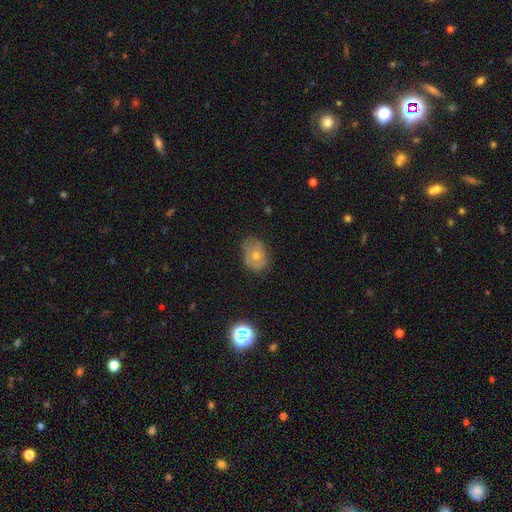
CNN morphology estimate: Overall: featured or disk (47%; smooth 37%). Merging: none (70%).